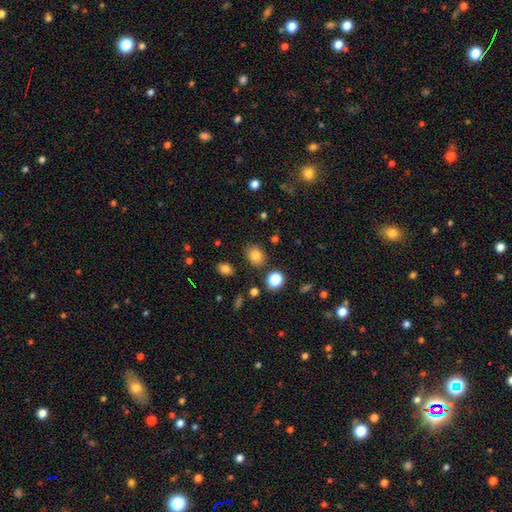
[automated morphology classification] A smooth galaxy with no disk features (81%) that is round (53%).

Vote fractions:
- Smooth or featured? smooth: 81% / star or artifact: 13% / featured or disk: 6%
- How rounded? round: 53% / in between: 46% / cigar-shaped: 1%
- Merging? none: 82% / minor disturbance: 11% / merger: 4% / major disturbance: 3%